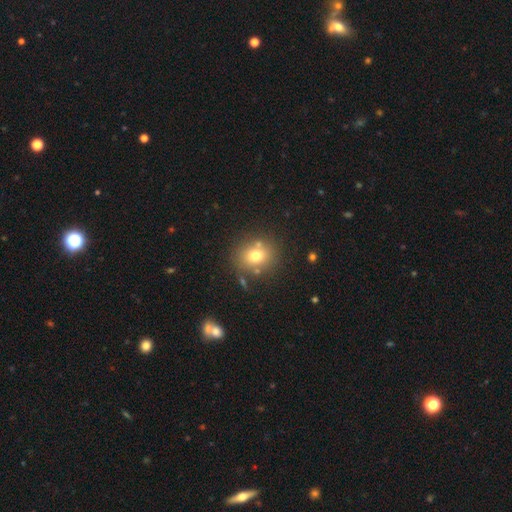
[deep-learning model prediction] smooth_or_featured: smooth (p=0.72) [alt: featured or disk p=0.14]
how_rounded: round (p=0.71) [alt: in between p=0.28]
merging: none (p=0.77) [alt: minor disturbance p=0.11]